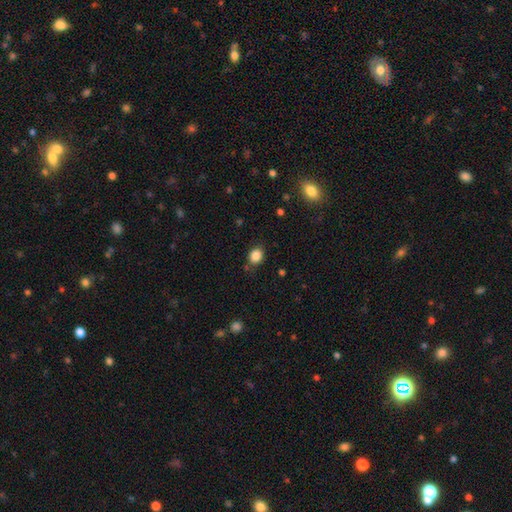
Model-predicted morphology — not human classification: A smooth galaxy with no disk features (86%) that is round (59%).

Vote fractions:
- Smooth or featured? smooth: 86% / star or artifact: 10% / featured or disk: 4%
- How rounded? round: 59% / in between: 40% / cigar-shaped: 1%
- Merging? none: 79% / minor disturbance: 15% / major disturbance: 4% / merger: 3%